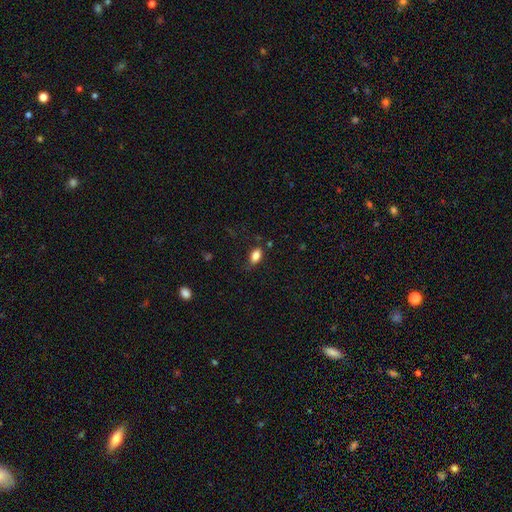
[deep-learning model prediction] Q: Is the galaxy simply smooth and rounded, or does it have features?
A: smooth — 85%.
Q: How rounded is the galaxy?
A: in between — 89%.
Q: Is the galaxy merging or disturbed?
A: none — 72%.